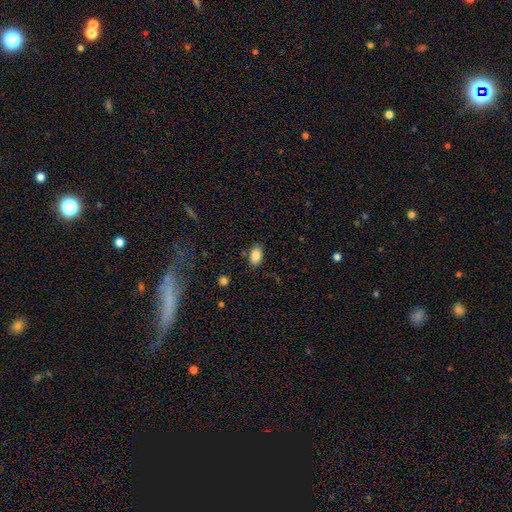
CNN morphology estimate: The model was most divided on "merging": none: 81%, minor disturbance: 13%, major disturbance: 3%, merger: 3%. More confident: how rounded — in between (91%); smooth or featured — smooth (86%).